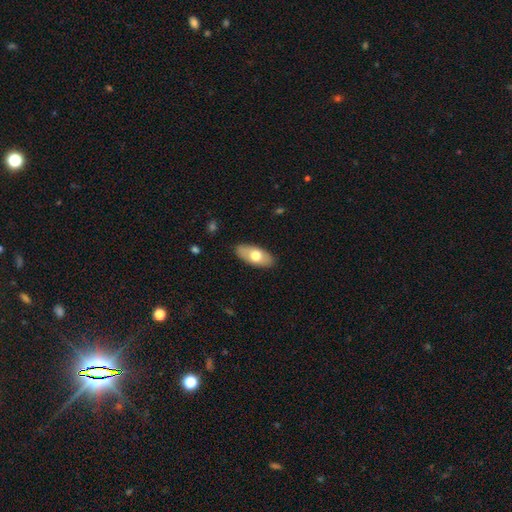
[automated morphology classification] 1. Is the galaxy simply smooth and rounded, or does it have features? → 65% smooth, 30% featured or disk, 6% star or artifact.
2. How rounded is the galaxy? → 90% in between, 7% cigar-shaped, 3% round.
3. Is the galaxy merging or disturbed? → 86% none, 11% minor disturbance, 2% major disturbance, 1% merger.